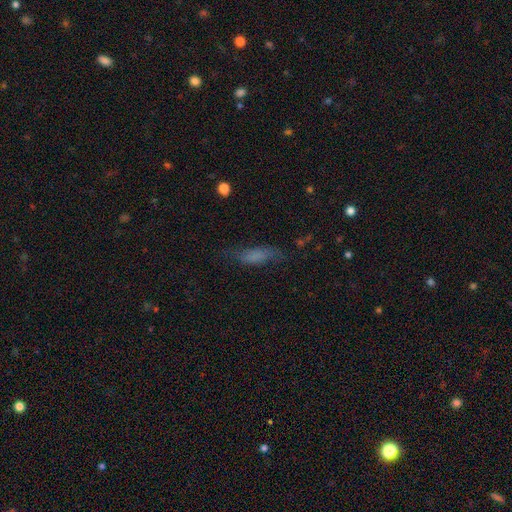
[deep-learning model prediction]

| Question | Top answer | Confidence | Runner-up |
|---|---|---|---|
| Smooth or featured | smooth | 66% | featured or disk (21%) |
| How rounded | cigar-shaped | 51% | in between (46%) |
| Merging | none | 62% | minor disturbance (24%) |